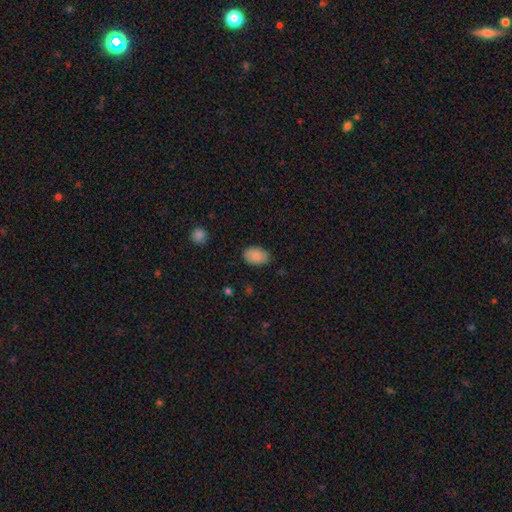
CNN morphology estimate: Q: Smooth or featured?
A: smooth (87%); runner-up: star or artifact (7%)
Q: How rounded?
A: in between (89%); runner-up: round (10%)
Q: Merging?
A: none (82%); runner-up: minor disturbance (14%)